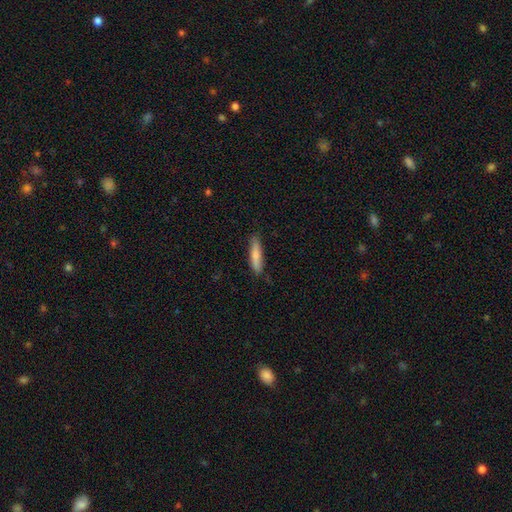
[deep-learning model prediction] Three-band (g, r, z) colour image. It shows a smooth galaxy with no disk features (74%) that is cigar-shaped (82%). Merging: none (81%).